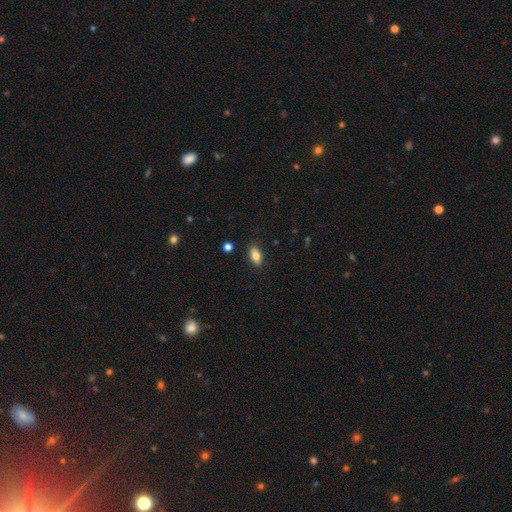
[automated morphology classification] smooth_or_featured: smooth (p=0.80) [alt: featured or disk p=0.12]
how_rounded: in between (p=0.88) [alt: cigar-shaped p=0.08]
merging: none (p=0.87) [alt: minor disturbance p=0.09]